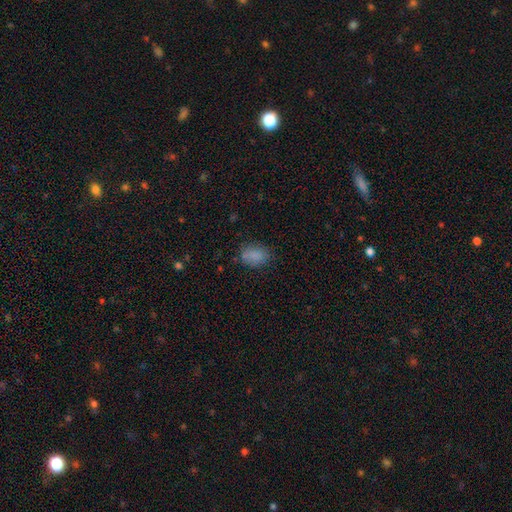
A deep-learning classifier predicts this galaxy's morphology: Smooth or featured?
  - smooth: 83% *
  - star or artifact: 10%
  - featured or disk: 7%
How rounded?
  - in between: 72% *
  - round: 27%
  - cigar-shaped: 1%
Merging?
  - none: 74% *
  - minor disturbance: 19%
  - major disturbance: 5%
  - merger: 3%